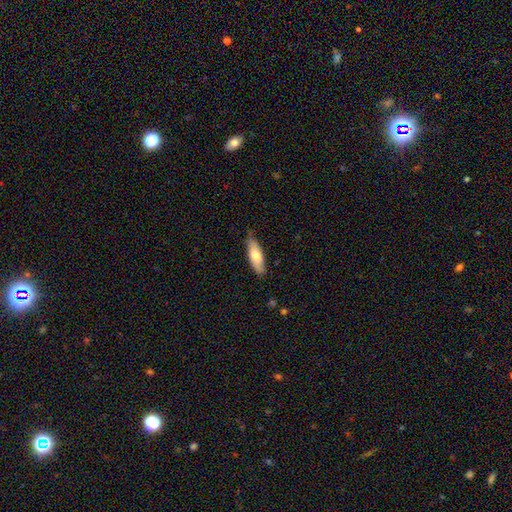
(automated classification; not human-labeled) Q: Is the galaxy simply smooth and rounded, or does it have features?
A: smooth — 67%.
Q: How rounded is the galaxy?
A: in between — 57%.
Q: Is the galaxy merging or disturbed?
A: none — 74%.